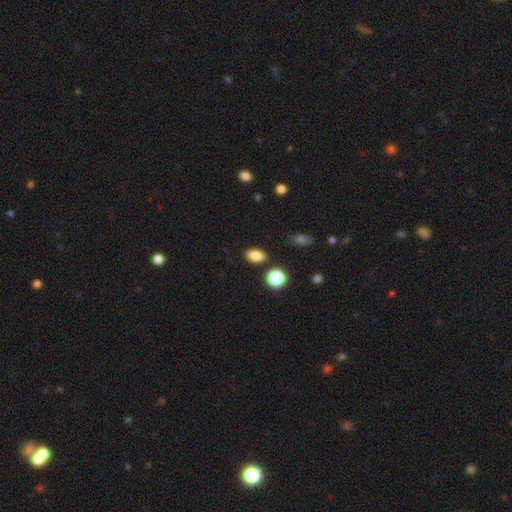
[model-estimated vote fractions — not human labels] This is clearly a smooth galaxy (83%). How rounded: clearly in between (84%). Merging: clearly none (85%).